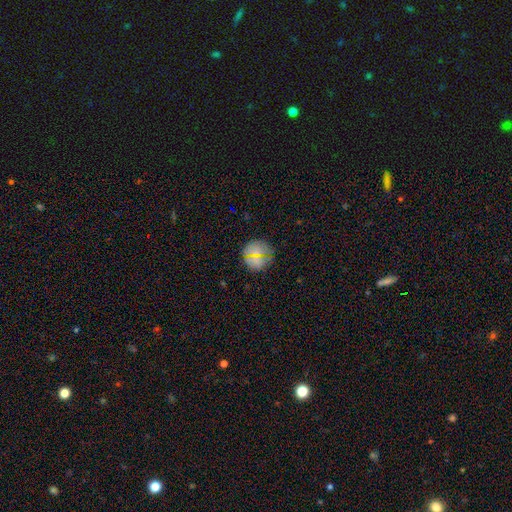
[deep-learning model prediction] Smooth or featured? smooth (75%)
How rounded? round (92%)
Merging? none (85%)